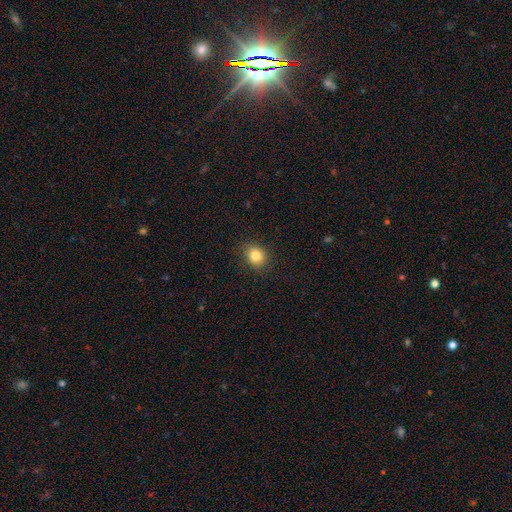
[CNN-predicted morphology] This is clearly a smooth galaxy (83%). How rounded: likely round (68%). Merging: clearly none (88%).